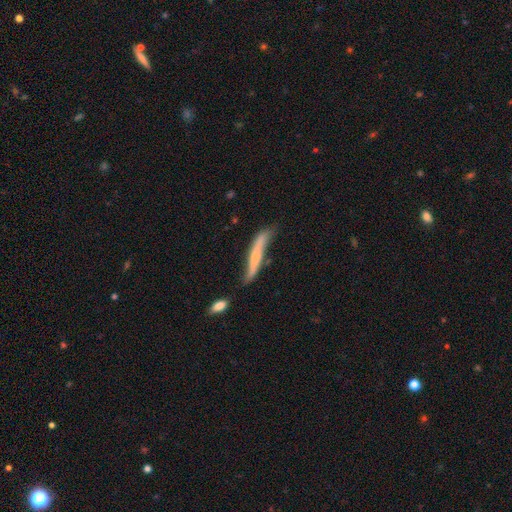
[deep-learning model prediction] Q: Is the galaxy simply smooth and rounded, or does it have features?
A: smooth — 52%.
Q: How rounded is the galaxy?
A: cigar-shaped — 92%.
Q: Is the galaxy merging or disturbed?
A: none — 47%.